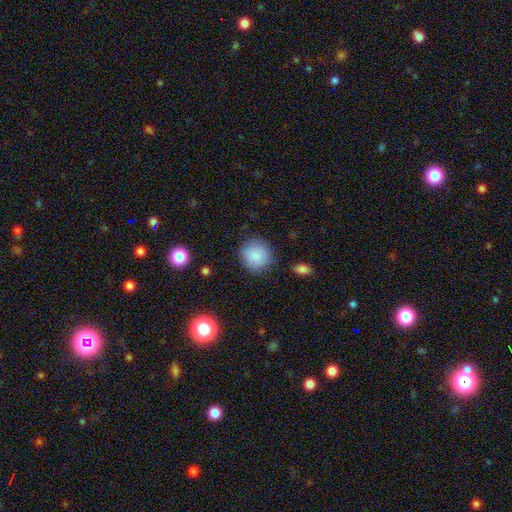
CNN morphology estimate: A smooth galaxy with no disk features (87%) that is round (89%).

Vote fractions:
- Smooth or featured? smooth: 87% / star or artifact: 7% / featured or disk: 5%
- How rounded? round: 89% / in between: 10% / cigar-shaped: 1%
- Merging? none: 83% / minor disturbance: 12% / major disturbance: 3% / merger: 2%